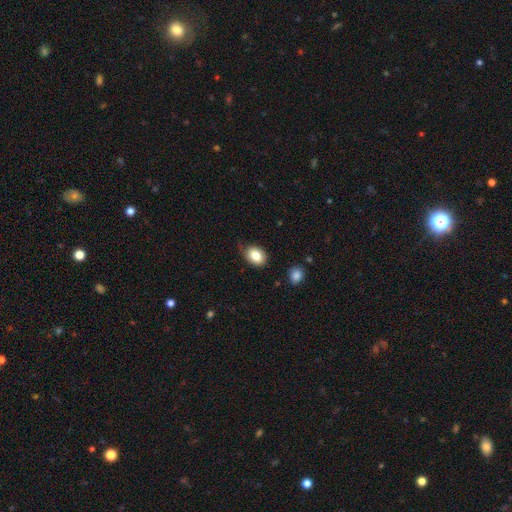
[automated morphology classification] Q: Smooth or featured?
A: smooth (82%); runner-up: featured or disk (10%)
Q: How rounded?
A: in between (70%); runner-up: round (29%)
Q: Merging?
A: none (68%); runner-up: minor disturbance (24%)